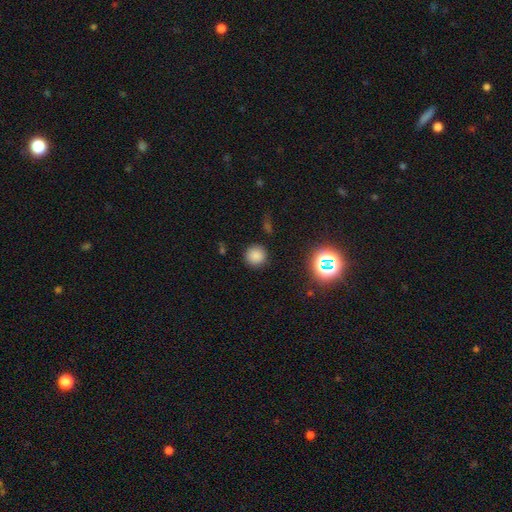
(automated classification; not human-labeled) Overall: smooth (80%). How rounded: round (93%). Merging: none (88%).